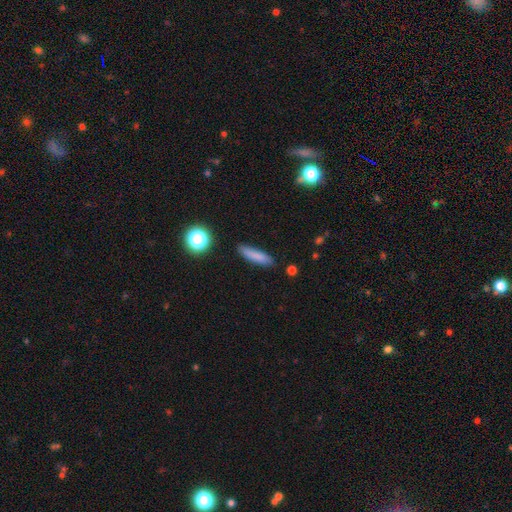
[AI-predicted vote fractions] This appears to be a smooth galaxy with no disk features (81%) that is cigar-shaped (80%). Merging: none (86%).